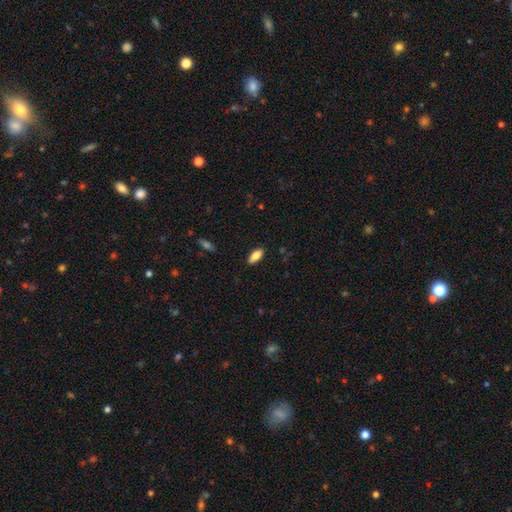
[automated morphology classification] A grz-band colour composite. It shows a smooth galaxy with no disk features (82%) that is in between round and cigar-shaped (84%). Merging: none (86%).